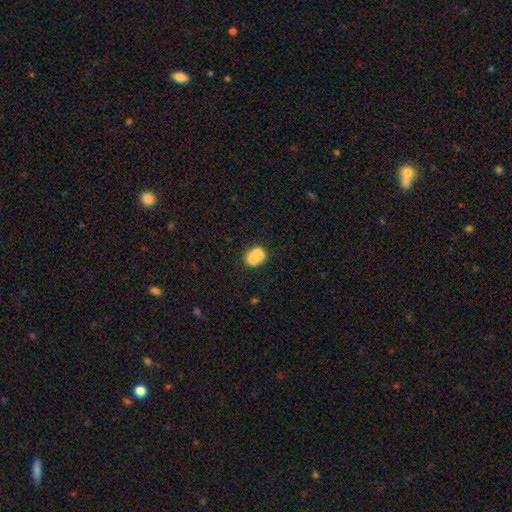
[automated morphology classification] This appears to be a smooth galaxy with no disk features (66%) that is round (58%). Merging: merger (52%).